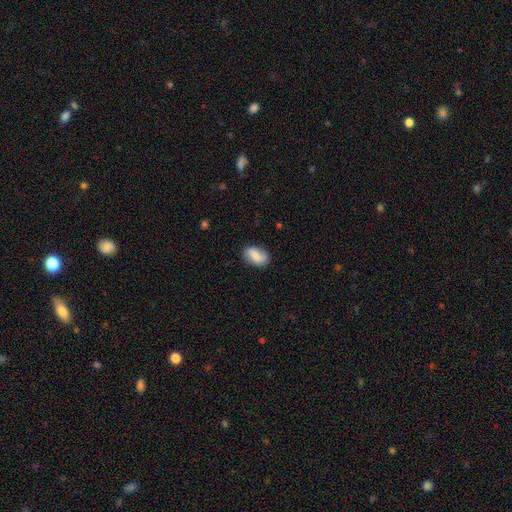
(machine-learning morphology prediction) Smooth or featured: smooth — 75% (featured or disk — 18%)
How rounded: in between — 89% (round — 8%)
Merging: none — 80% (minor disturbance — 15%)